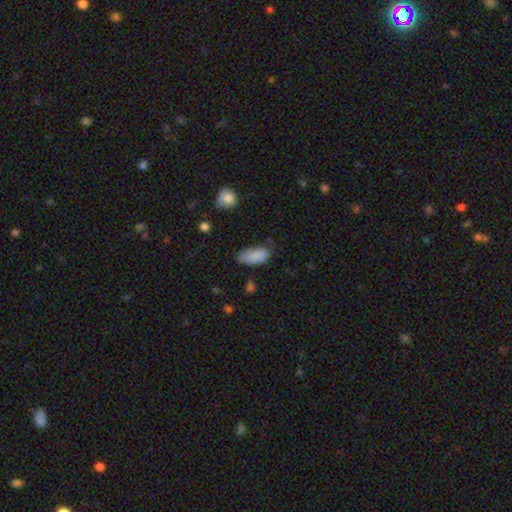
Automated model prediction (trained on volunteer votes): Smooth or featured? Predicted: smooth (p=0.85). How rounded? Predicted: in between (p=0.91). Merging? Predicted: none (p=0.52).